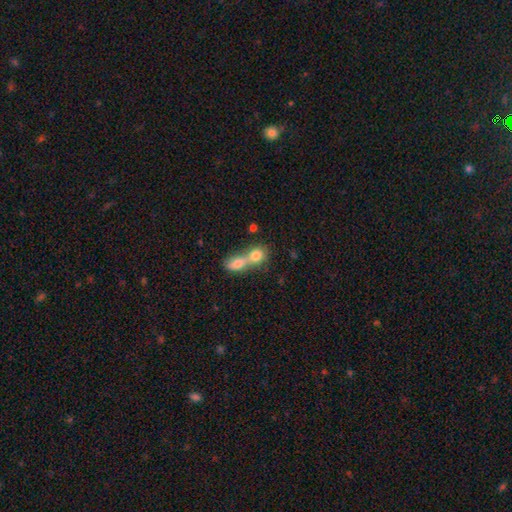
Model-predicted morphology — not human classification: A smooth galaxy with no disk features (78%) that is round (56%). Merging: merger (74%).